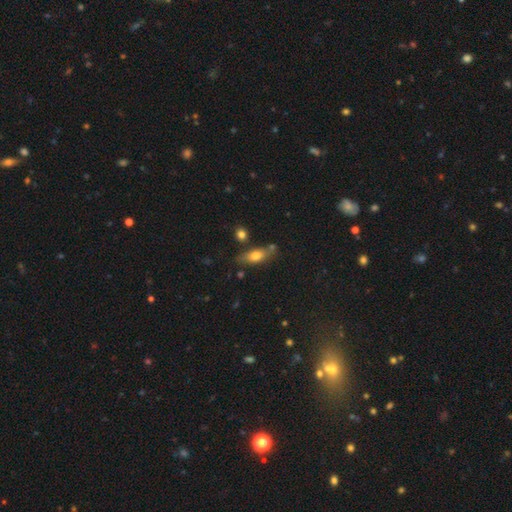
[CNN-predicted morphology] The model was most divided on "how rounded": in between: 68%, cigar-shaped: 27%, round: 5%. More confident: merging — none (68%); smooth or featured — smooth (68%).